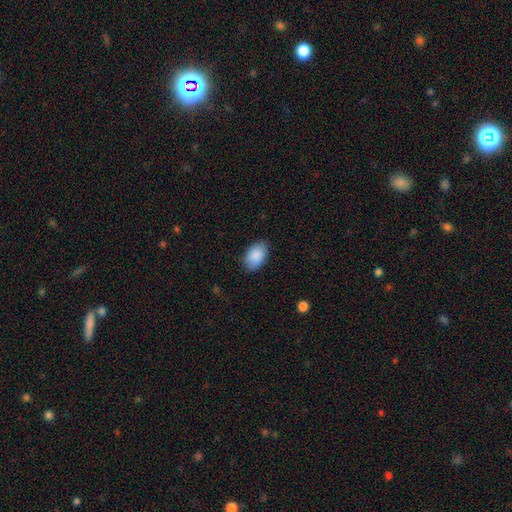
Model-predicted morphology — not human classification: Smooth or featured?
  - smooth: 89% *
  - star or artifact: 6%
  - featured or disk: 5%
How rounded?
  - in between: 93% *
  - round: 6%
  - cigar-shaped: 1%
Merging?
  - none: 82% *
  - minor disturbance: 14%
  - major disturbance: 3%
  - merger: 1%